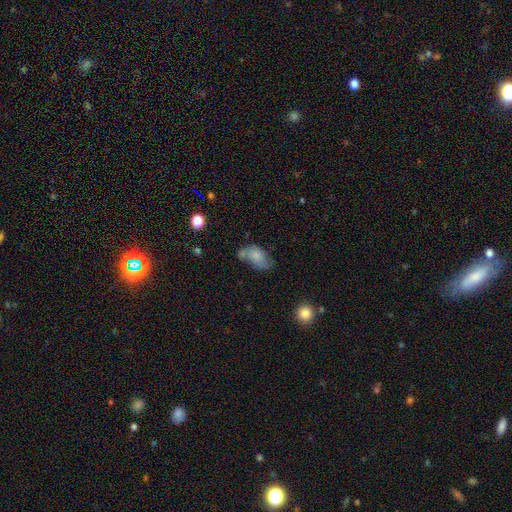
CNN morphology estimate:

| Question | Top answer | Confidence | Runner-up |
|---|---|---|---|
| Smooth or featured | smooth | 59% | featured or disk (31%) |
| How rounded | in between | 89% | round (8%) |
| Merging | none | 34% | minor disturbance (28%) |